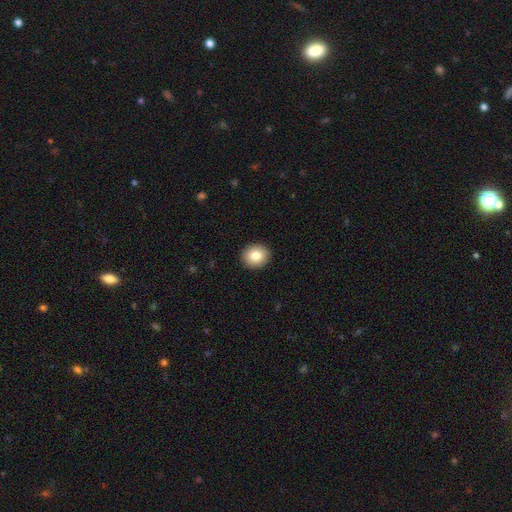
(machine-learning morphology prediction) smooth 82%, featured or disk 9%, star or artifact 9%. Down the decision tree: how rounded — round (80%); merging — none (92%).